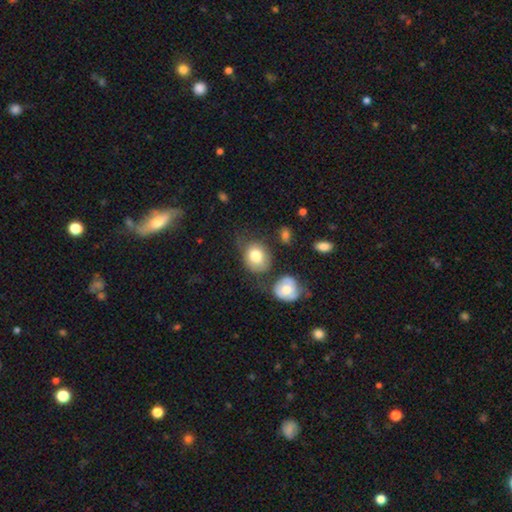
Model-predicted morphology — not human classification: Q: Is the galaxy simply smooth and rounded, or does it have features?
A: smooth — 79%.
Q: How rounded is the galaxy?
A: round — 60%.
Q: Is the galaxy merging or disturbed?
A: none — 47%.